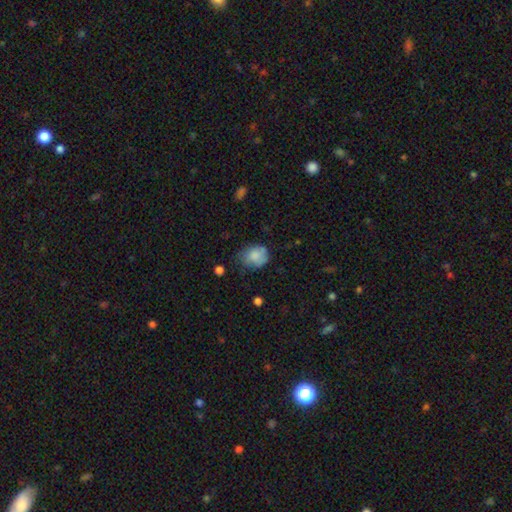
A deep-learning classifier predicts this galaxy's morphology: type=smooth (78%); roundness=in between (52%); merging=none (51%).